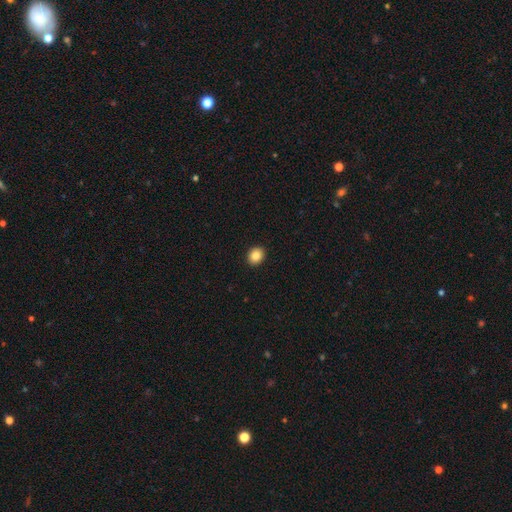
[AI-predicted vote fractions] Smooth or featured? Predicted: smooth (p=0.85). How rounded? Predicted: round (p=0.69). Merging? Predicted: none (p=0.93).